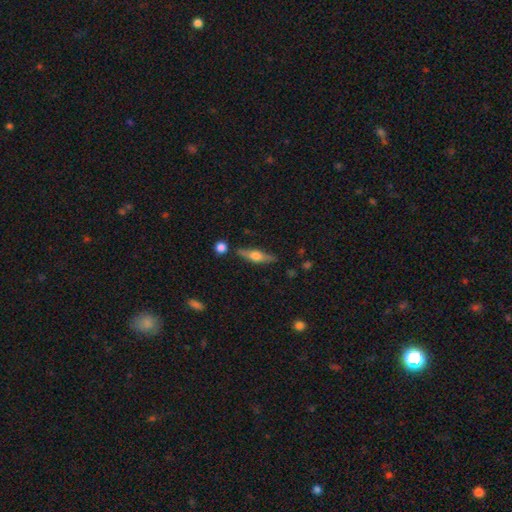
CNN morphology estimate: A featured or disk galaxy (61%) viewed edge-on (94%) with a rounded central bulge (92%). Merging: none (83%).